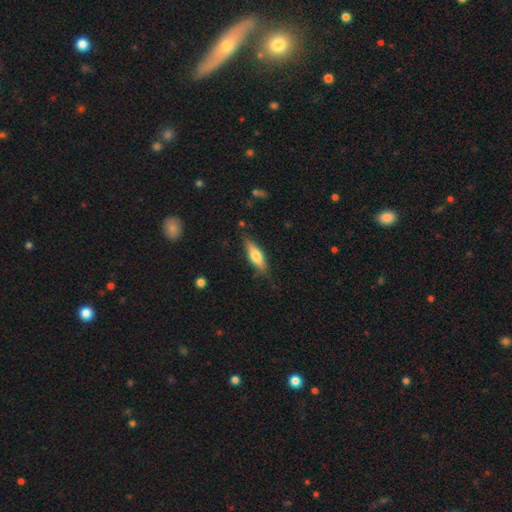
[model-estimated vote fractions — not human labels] Q: Smooth or featured?
A: smooth (58%); runner-up: featured or disk (36%)
Q: How rounded?
A: cigar-shaped (55%); runner-up: in between (43%)
Q: Merging?
A: none (82%); runner-up: minor disturbance (14%)